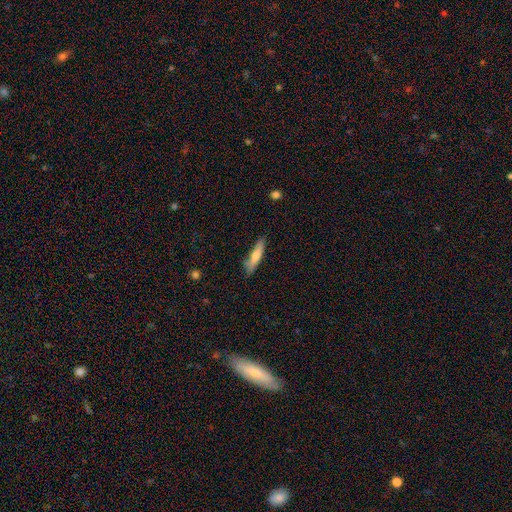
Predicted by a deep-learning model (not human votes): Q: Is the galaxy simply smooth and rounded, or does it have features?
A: smooth — 63%.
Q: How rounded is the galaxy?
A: cigar-shaped — 84%.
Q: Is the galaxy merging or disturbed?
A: none — 81%.